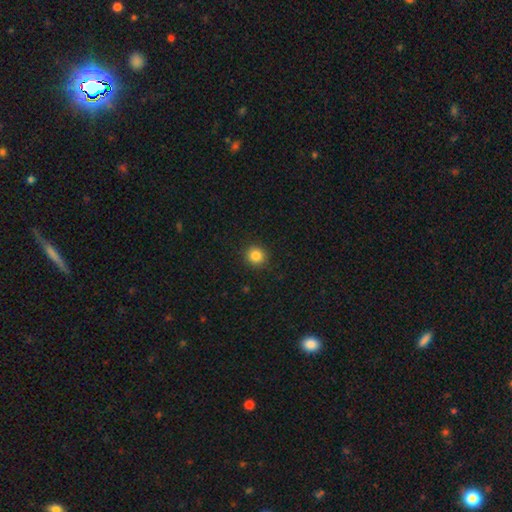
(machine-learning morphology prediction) Smooth or featured? Predicted: smooth (p=0.86). How rounded? Predicted: round (p=0.92). Merging? Predicted: none (p=0.91).